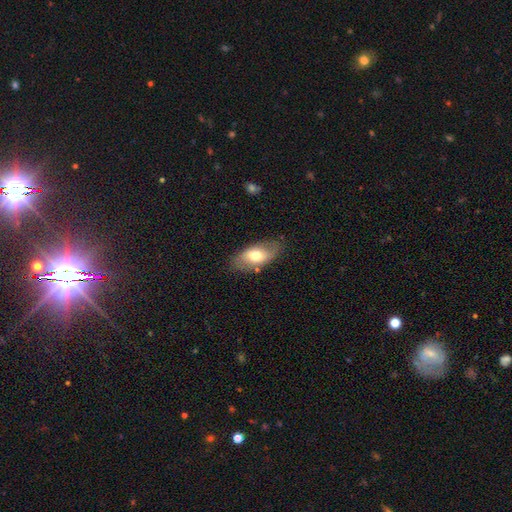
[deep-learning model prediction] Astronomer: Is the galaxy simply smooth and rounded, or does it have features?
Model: smooth — 61%.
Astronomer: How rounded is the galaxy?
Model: in between — 92%.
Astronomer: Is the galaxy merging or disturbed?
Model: none — 79%.